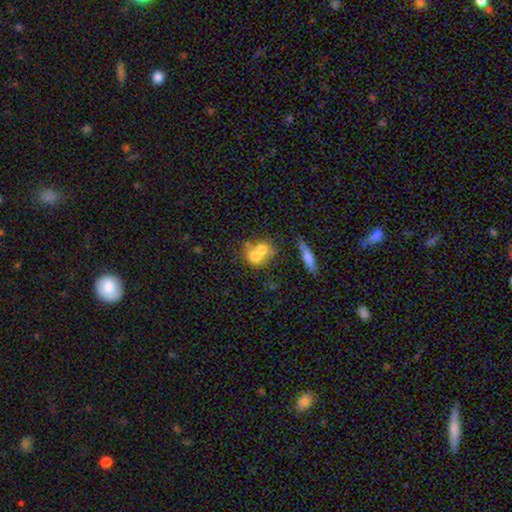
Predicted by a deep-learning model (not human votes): smooth_or_featured: smooth (p=0.64) [alt: featured or disk p=0.26]
how_rounded: round (p=0.63) [alt: in between p=0.34]
merging: merger (p=0.63) [alt: none p=0.25]